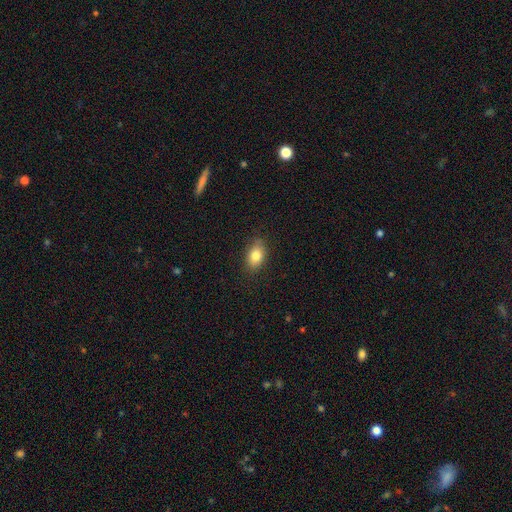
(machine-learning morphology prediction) This is clearly a smooth galaxy (82%). How rounded: clearly in between (85%). Merging: clearly none (84%).